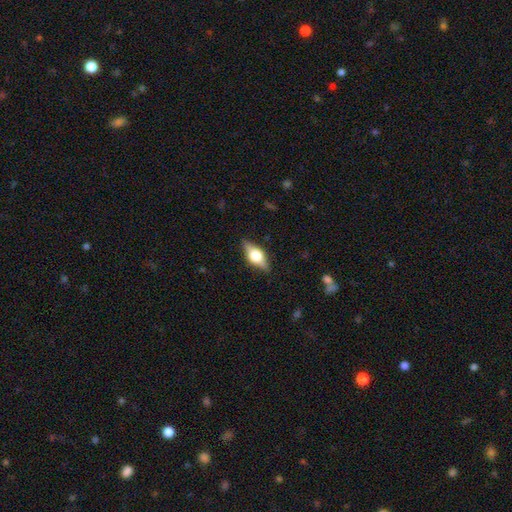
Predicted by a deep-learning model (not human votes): smooth-or-featured: featured or disk: 53% | smooth: 40% | star or artifact: 7%
  disk-edge-on: yes: 92% | no: 8%
  merging: none: 85% | minor disturbance: 12% | major disturbance: 2% | merger: 1%